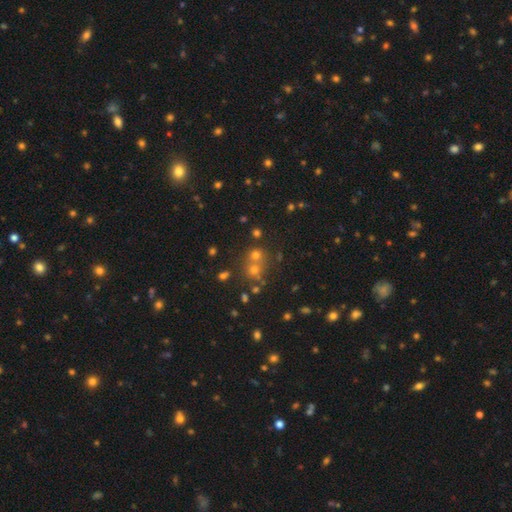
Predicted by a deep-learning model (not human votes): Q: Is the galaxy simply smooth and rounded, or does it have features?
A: star or artifact — 48%.